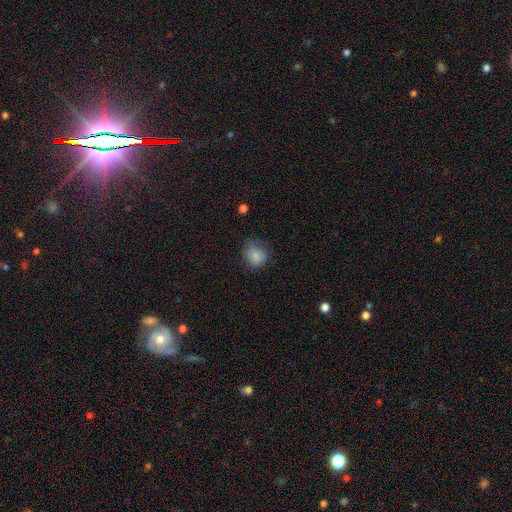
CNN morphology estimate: Overall: smooth (82%). How rounded: round (72%). Merging: none (58%; minor disturbance 29%).